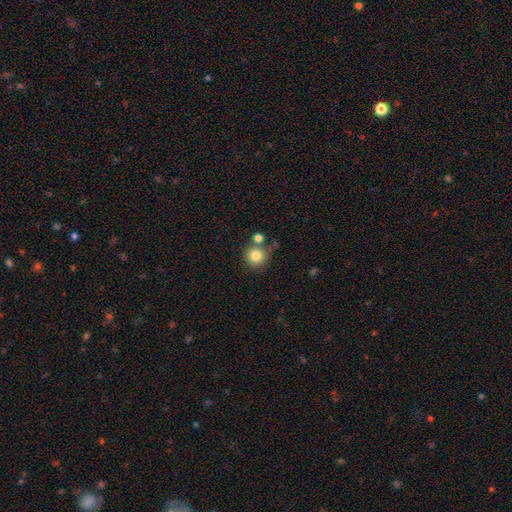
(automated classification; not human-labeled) Smooth or featured?
  - smooth: 82% *
  - star or artifact: 11%
  - featured or disk: 7%
How rounded?
  - round: 93% *
  - in between: 6%
  - cigar-shaped: 1%
Merging?
  - none: 69% *
  - merger: 16%
  - minor disturbance: 11%
  - major disturbance: 4%